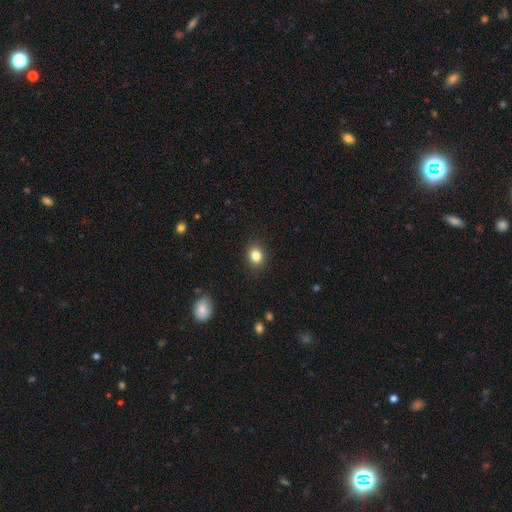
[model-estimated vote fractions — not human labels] Smooth or featured? smooth (83%)
How rounded? round (55%)
Merging? none (88%)